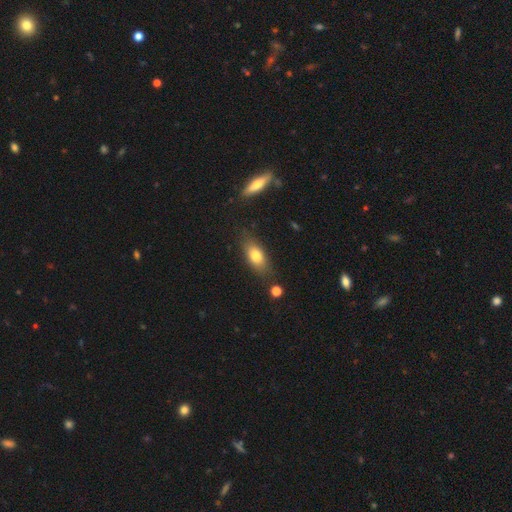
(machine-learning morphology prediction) A smooth galaxy with no disk features (77%) that is in between round and cigar-shaped (82%).

Vote fractions:
- Smooth or featured? smooth: 77% / featured or disk: 15% / star or artifact: 8%
- How rounded? in between: 82% / cigar-shaped: 11% / round: 8%
- Merging? none: 76% / minor disturbance: 16% / major disturbance: 4% / merger: 4%